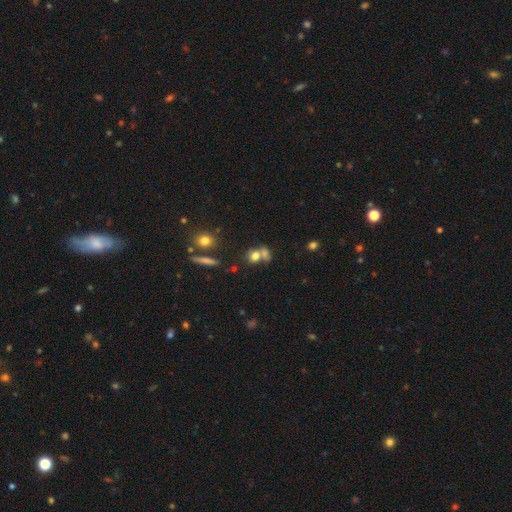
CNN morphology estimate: Q: Smooth or featured?
A: smooth (70%); runner-up: featured or disk (16%)
Q: How rounded?
A: round (51%); runner-up: in between (46%)
Q: Merging?
A: merger (50%); runner-up: none (35%)